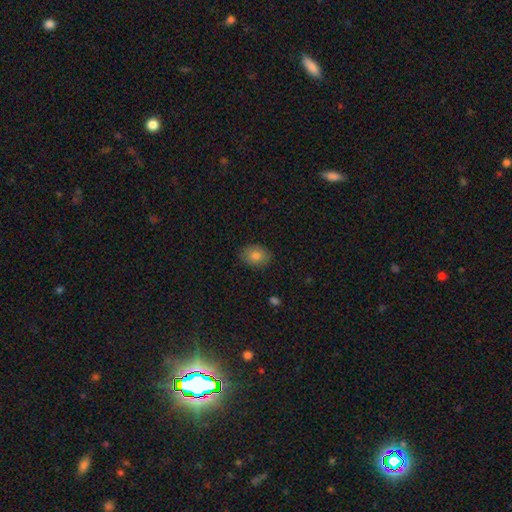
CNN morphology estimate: Overall: smooth (82%). How rounded: in between (60%; round 39%). Merging: none (86%).